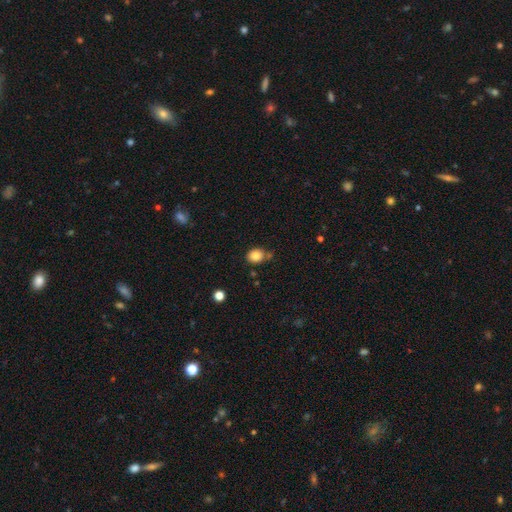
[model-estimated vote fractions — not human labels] Overall: smooth (85%). How rounded: round (62%; in between 37%). Merging: none (73%).